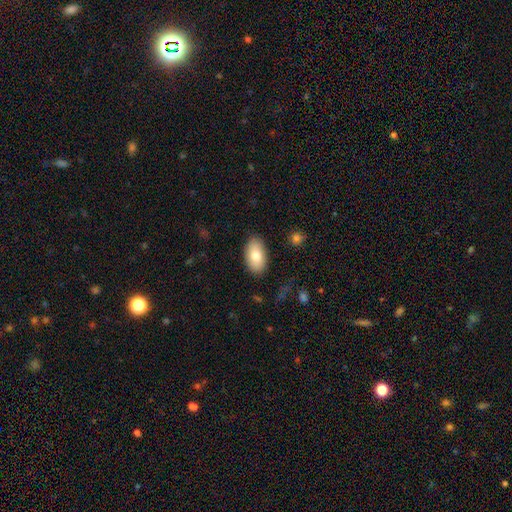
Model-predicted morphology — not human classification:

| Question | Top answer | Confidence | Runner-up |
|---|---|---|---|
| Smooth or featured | smooth | 79% | featured or disk (15%) |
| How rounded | in between | 94% | round (4%) |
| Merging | none | 87% | minor disturbance (10%) |